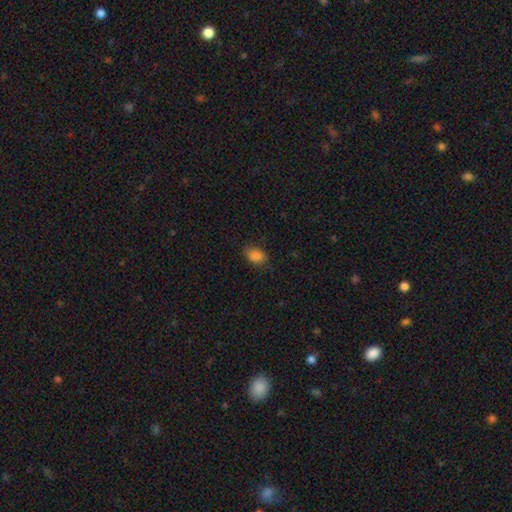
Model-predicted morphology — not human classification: Overall: smooth (85%). How rounded: in between (83%). Merging: none (73%).